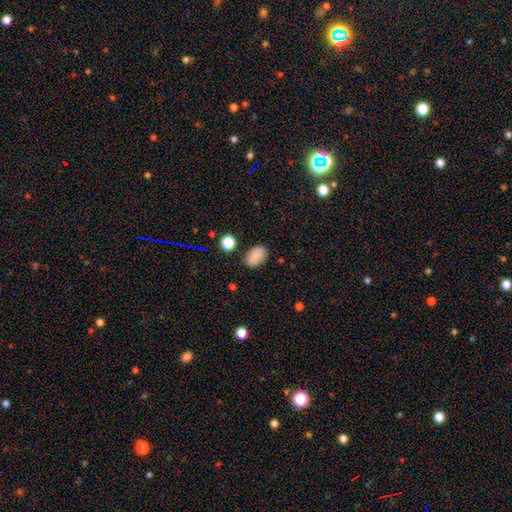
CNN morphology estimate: Smooth or featured? Predicted: smooth (p=0.85). How rounded? Predicted: in between (p=0.85). Merging? Predicted: none (p=0.81).